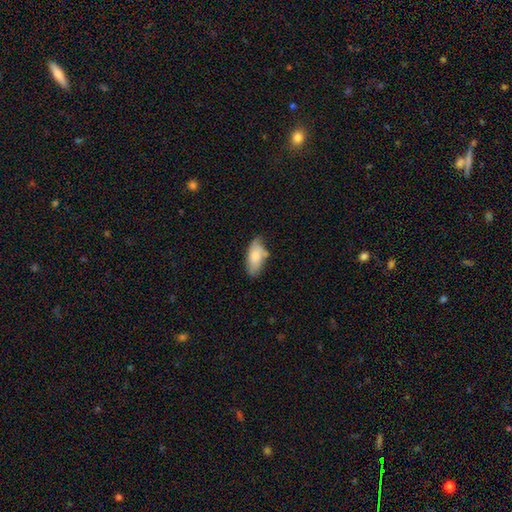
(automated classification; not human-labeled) This is likely a smooth galaxy (74%). How rounded: clearly in between (87%). Merging: possibly none (56%).